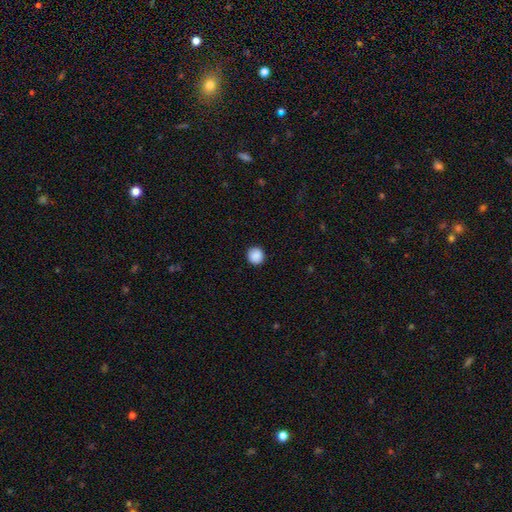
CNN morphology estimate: smooth 89%, star or artifact 8%, featured or disk 3%. Down the decision tree: how rounded — round (93%); merging — none (92%).